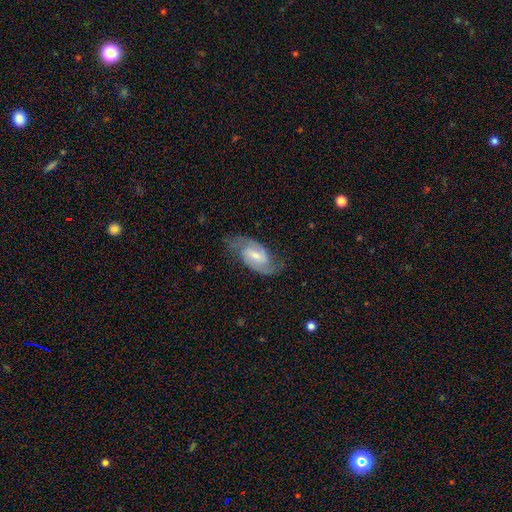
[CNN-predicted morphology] smooth_or_featured: featured or disk (p=0.84) [alt: smooth p=0.11]
disk_edge_on: no (p=0.96) [alt: yes p=0.04]
bar: weak (p=0.54) [alt: no p=0.26]
has_spiral_arms: yes (p=0.96) [alt: no p=0.04]
spiral_winding: medium (p=0.53) [alt: tight p=0.24]
spiral_arm_count: 2 (p=0.91) [alt: can't tell p=0.04]
bulge_size: small (p=0.52) [alt: moderate p=0.40]
merging: none (p=0.74) [alt: minor disturbance p=0.17]